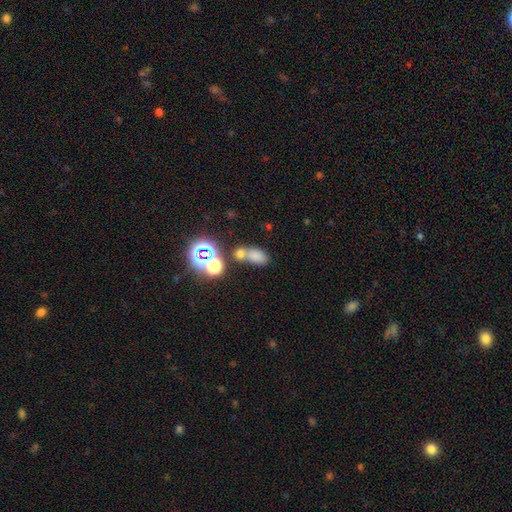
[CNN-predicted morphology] This appears to be a smooth galaxy with no disk features (69%) that is in between round and cigar-shaped (79%). Merging: none (45%).